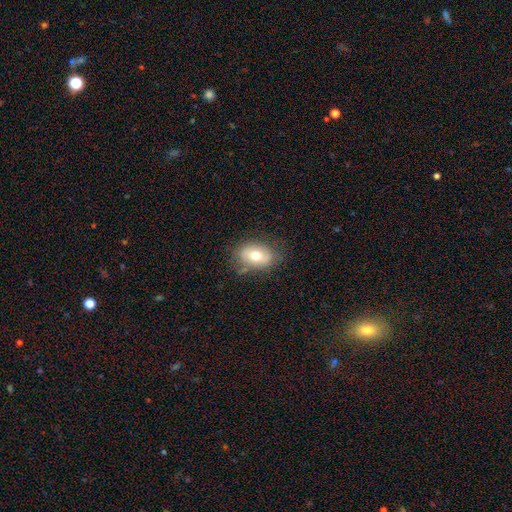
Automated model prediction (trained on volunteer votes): This is likely a smooth galaxy (66%). How rounded: likely in between (77%). Merging: likely none (73%).